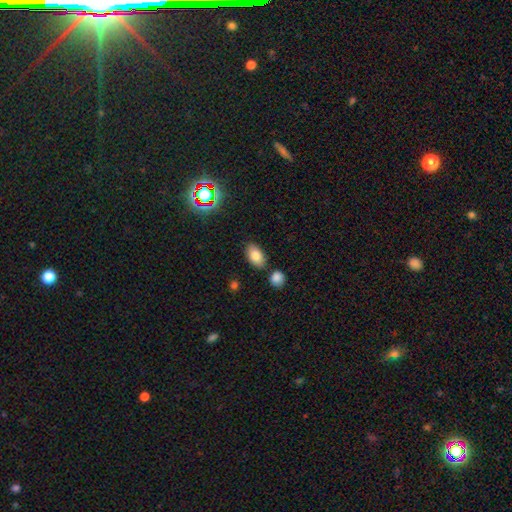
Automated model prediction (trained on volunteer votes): This appears to be a smooth galaxy with no disk features (79%) that is in between round and cigar-shaped (91%). Merging: none (82%).